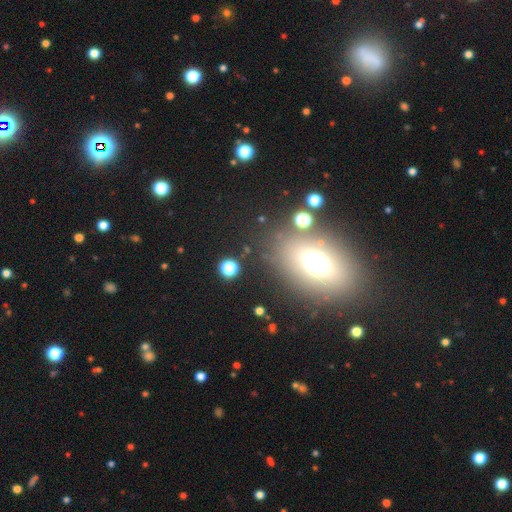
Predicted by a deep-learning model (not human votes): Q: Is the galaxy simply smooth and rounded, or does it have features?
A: smooth — 55%.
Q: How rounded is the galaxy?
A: in between — 81%.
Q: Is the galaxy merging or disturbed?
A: none — 83%.